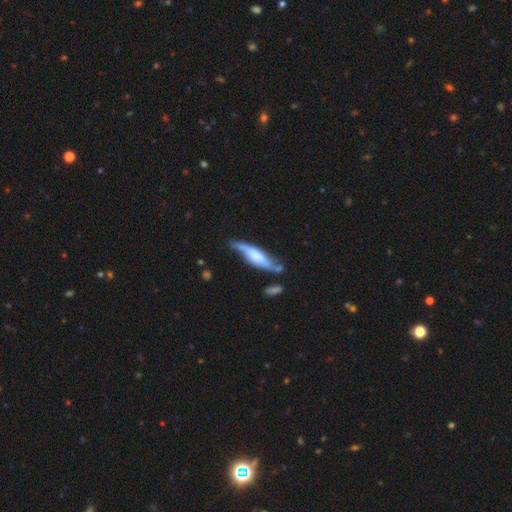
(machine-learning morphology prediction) This is possibly a featured or disk galaxy (48%). Merging: possibly none (50%).